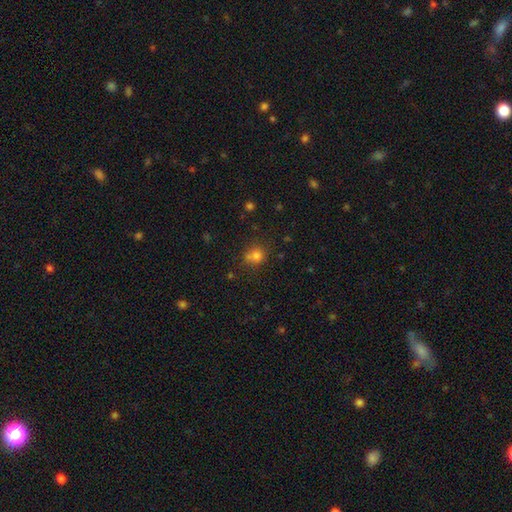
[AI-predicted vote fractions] Smooth or featured? Predicted: smooth (p=0.78). How rounded? Predicted: round (p=0.74). Merging? Predicted: none (p=0.60).